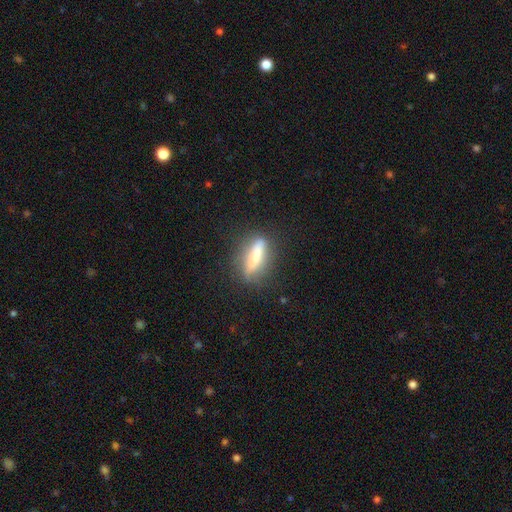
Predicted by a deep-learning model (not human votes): Smooth or featured?
  - smooth: 57% *
  - featured or disk: 35%
  - star or artifact: 8%
How rounded?
  - cigar-shaped: 69% *
  - in between: 28%
  - round: 3%
Merging?
  - none: 72% *
  - minor disturbance: 18%
  - major disturbance: 7%
  - merger: 2%